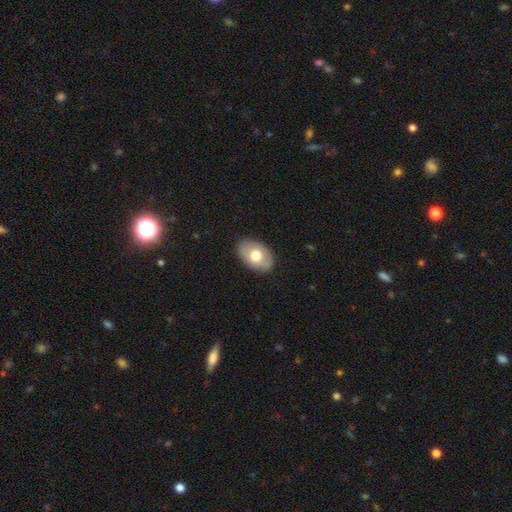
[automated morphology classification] Smooth or featured? smooth (64%)
How rounded? in between (87%)
Merging? none (84%)